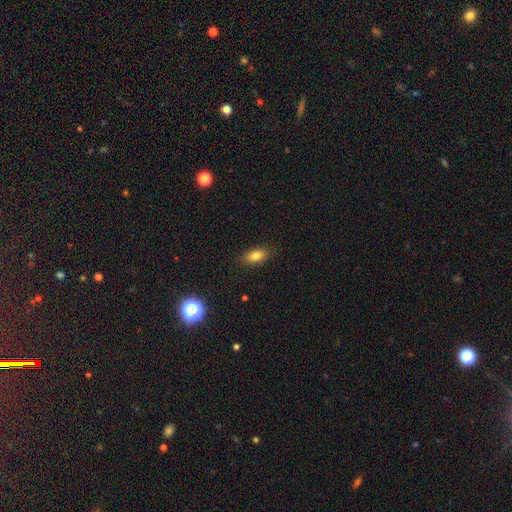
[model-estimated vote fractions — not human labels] Q: Smooth or featured?
A: smooth (79%); runner-up: star or artifact (10%)
Q: How rounded?
A: in between (83%); runner-up: round (11%)
Q: Merging?
A: none (85%); runner-up: minor disturbance (11%)